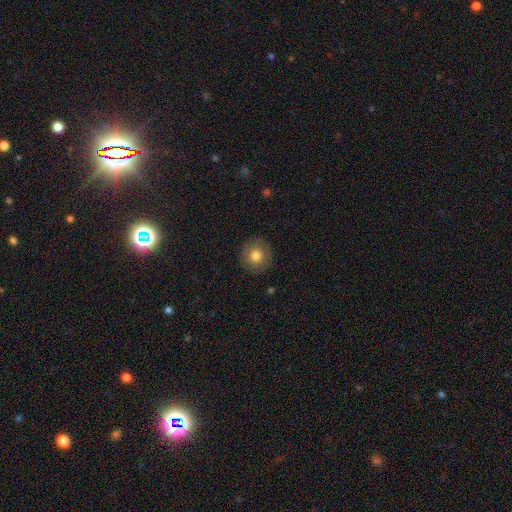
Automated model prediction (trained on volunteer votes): smooth-or-featured: smooth: 76% | featured or disk: 15% | star or artifact: 9%
  how-rounded: round: 93% | in between: 6% | cigar-shaped: 1%
  merging: none: 89% | minor disturbance: 7% | major disturbance: 2% | merger: 1%